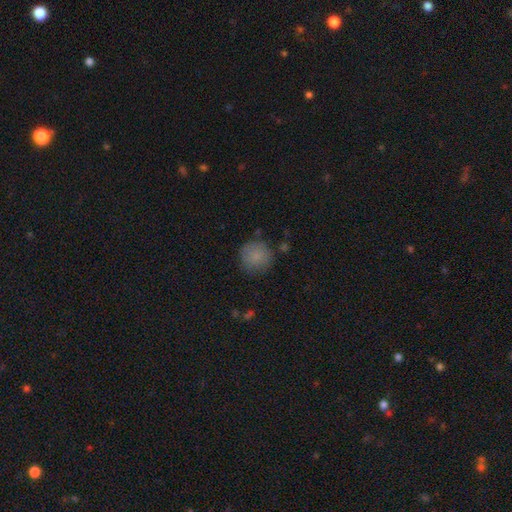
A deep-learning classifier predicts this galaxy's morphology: Smooth or featured? Predicted: smooth (p=0.84). How rounded? Predicted: round (p=0.94). Merging? Predicted: none (p=0.80).